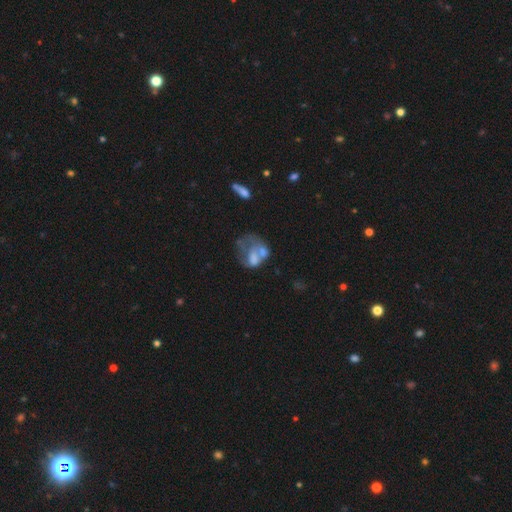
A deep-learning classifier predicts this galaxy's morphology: smooth_or_featured: featured or disk (p=0.46) [alt: smooth p=0.42]
merging: major disturbance (p=0.36) [alt: merger p=0.29]